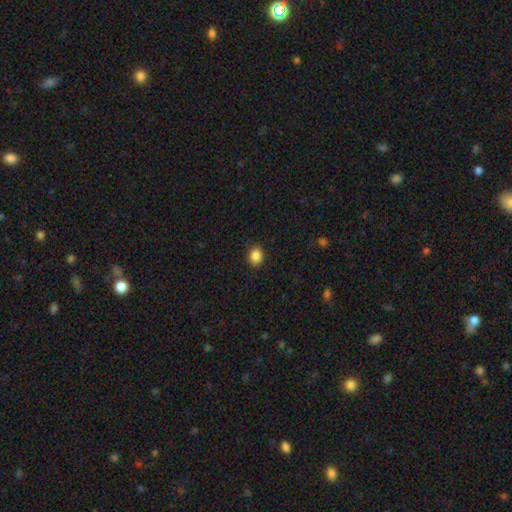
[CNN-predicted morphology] Smooth or featured: smooth — 86% (star or artifact — 10%)
How rounded: round — 65% (in between — 34%)
Merging: none — 88% (minor disturbance — 8%)